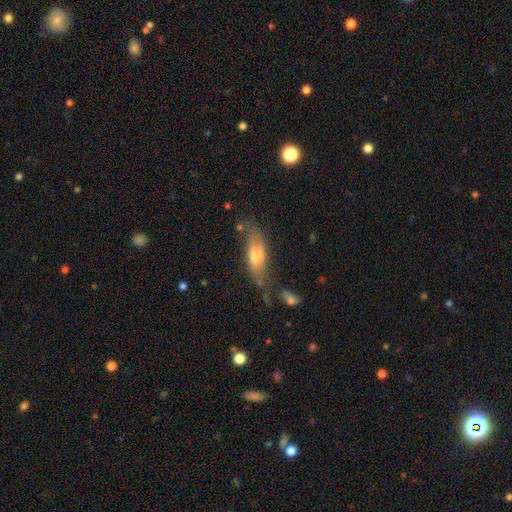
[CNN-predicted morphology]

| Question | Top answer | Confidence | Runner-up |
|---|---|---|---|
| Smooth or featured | smooth | 48% | featured or disk (44%) |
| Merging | none | 52% | minor disturbance (26%) |